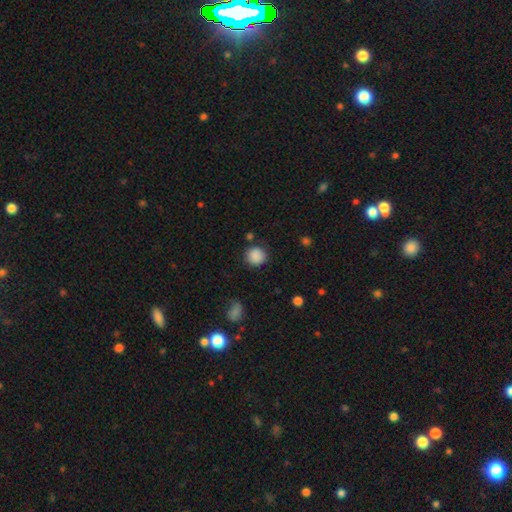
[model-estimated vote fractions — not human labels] smooth 87%, star or artifact 9%, featured or disk 3%. Down the decision tree: how rounded — round (90%); merging — none (83%).